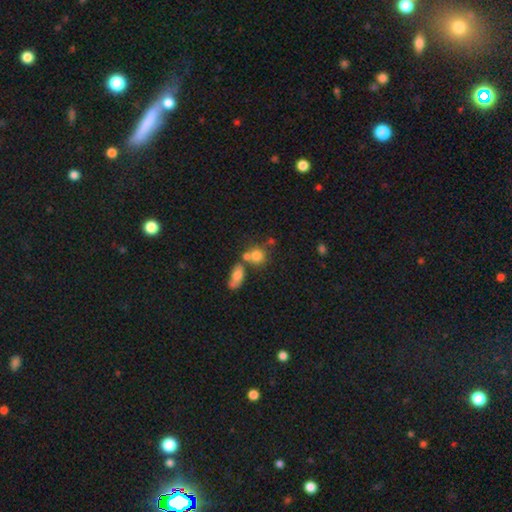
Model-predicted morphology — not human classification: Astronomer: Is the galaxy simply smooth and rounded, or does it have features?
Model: smooth — 76%.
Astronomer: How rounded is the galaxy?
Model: round — 75%.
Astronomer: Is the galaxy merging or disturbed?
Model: none — 46% (runner-up: merger, 38%).